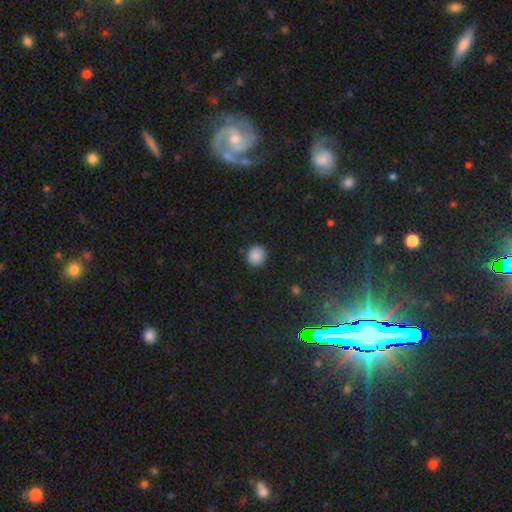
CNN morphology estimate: smooth 87%, star or artifact 10%, featured or disk 3%. Down the decision tree: how rounded — round (87%); merging — none (90%).